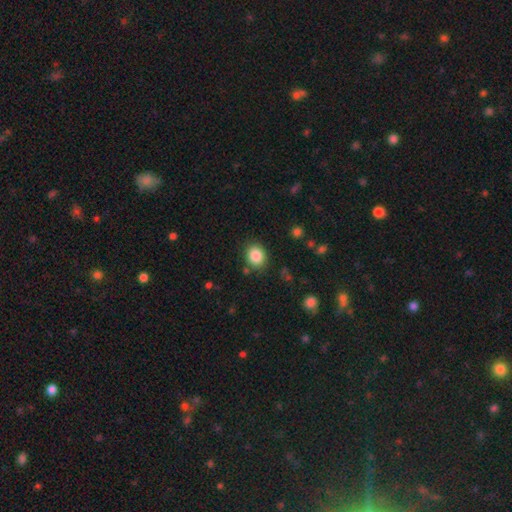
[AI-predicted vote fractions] Smooth or featured: smooth — 86% (star or artifact — 9%)
How rounded: round — 60% (in between — 39%)
Merging: none — 84% (minor disturbance — 10%)